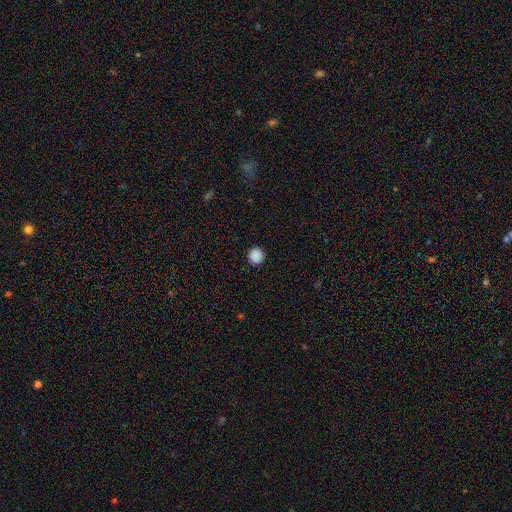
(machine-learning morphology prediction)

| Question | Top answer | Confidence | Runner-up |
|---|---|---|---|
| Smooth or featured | smooth | 89% | star or artifact (9%) |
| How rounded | round | 95% | in between (4%) |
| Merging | none | 93% | minor disturbance (5%) |